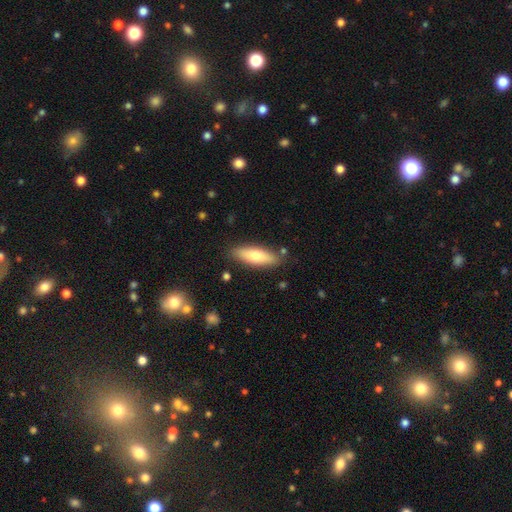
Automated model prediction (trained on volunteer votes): The model was most divided on "how rounded": cigar-shaped: 50%, in between: 48%, round: 2%. More confident: merging — none (85%); smooth or featured — smooth (68%).